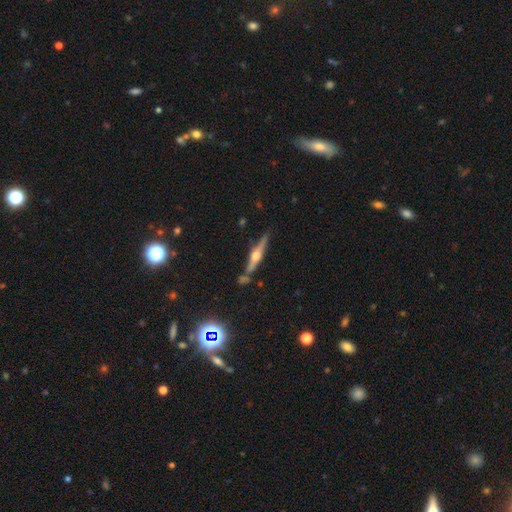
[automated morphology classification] Smooth or featured? featured or disk (76%)
Edge-on disk? yes (97%)
Edge-on bulge? rounded (92%)
Merging? none (78%)